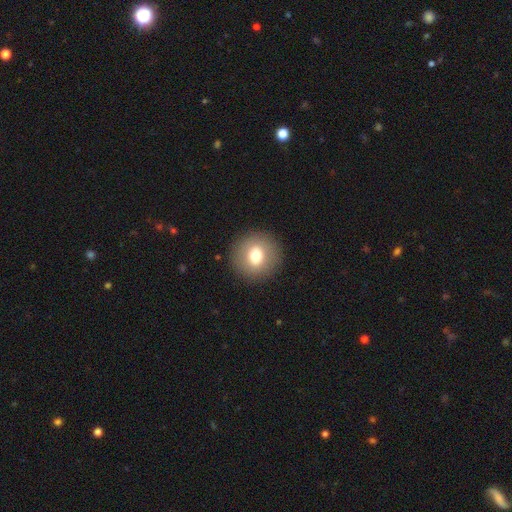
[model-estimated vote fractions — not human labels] A smooth galaxy with no disk features (73%) that is round (93%). Merging: none (91%).